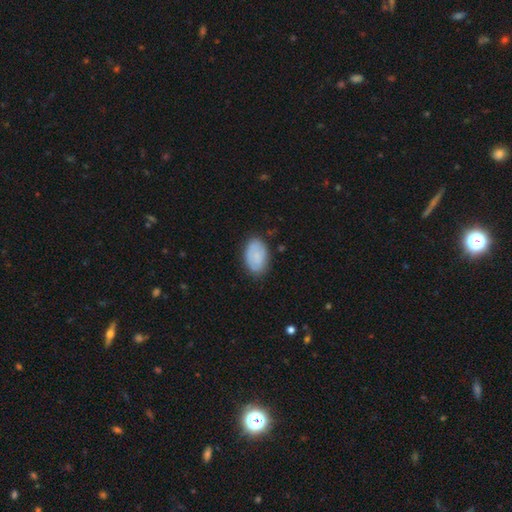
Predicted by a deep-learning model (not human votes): A smooth galaxy with no disk features (71%) that is in between round and cigar-shaped (91%).

Vote fractions:
- Smooth or featured? smooth: 71% / featured or disk: 21% / star or artifact: 8%
- How rounded? in between: 91% / round: 8% / cigar-shaped: 1%
- Merging? none: 79% / minor disturbance: 16% / major disturbance: 4% / merger: 1%